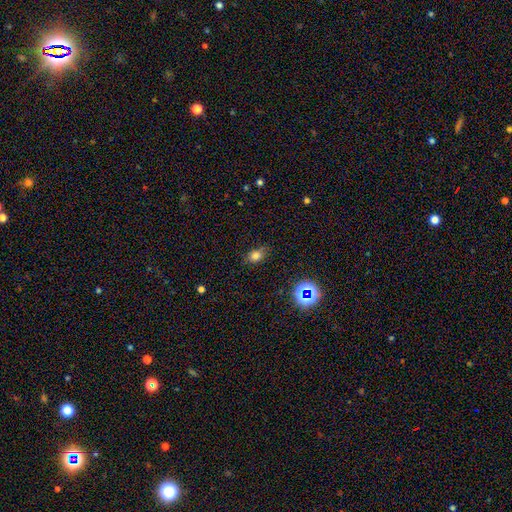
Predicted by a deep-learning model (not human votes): Morphology: type=smooth (74%); roundness=in between (67%); merging=none (78%).